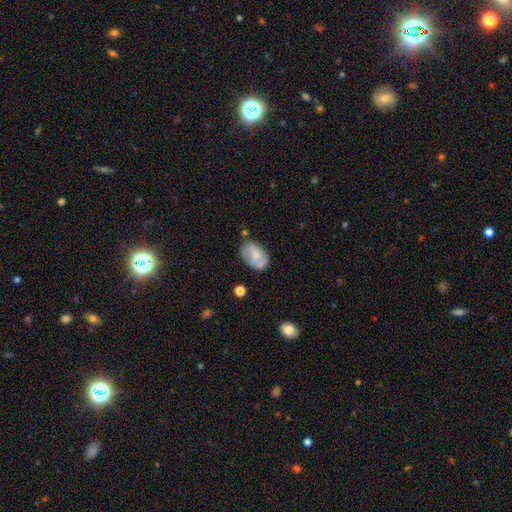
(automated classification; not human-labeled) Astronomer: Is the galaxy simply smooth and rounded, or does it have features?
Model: smooth — 67%.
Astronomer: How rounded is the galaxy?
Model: in between — 90%.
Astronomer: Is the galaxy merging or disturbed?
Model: none — 64%.